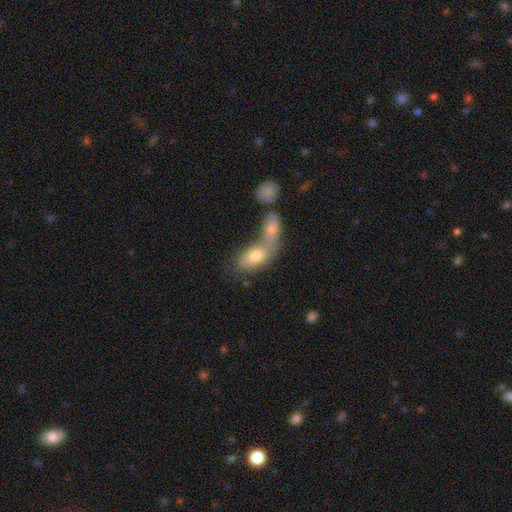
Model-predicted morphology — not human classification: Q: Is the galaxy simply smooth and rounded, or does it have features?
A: smooth — 74%.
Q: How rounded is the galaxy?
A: in between — 87%.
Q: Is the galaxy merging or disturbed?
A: merger — 64%.